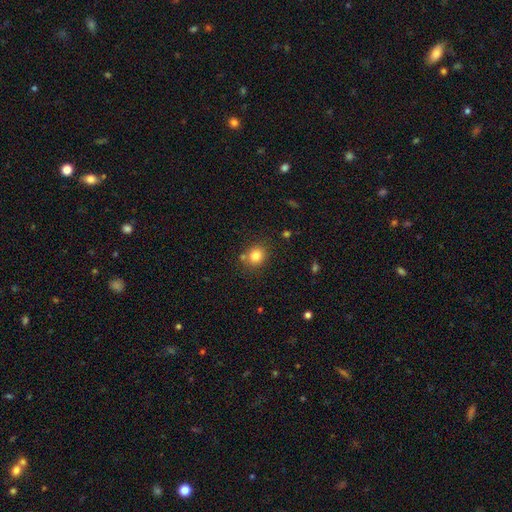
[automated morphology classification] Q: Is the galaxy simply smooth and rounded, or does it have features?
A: smooth — 81%.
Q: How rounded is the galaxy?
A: round — 77%.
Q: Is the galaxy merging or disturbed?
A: none — 74%.